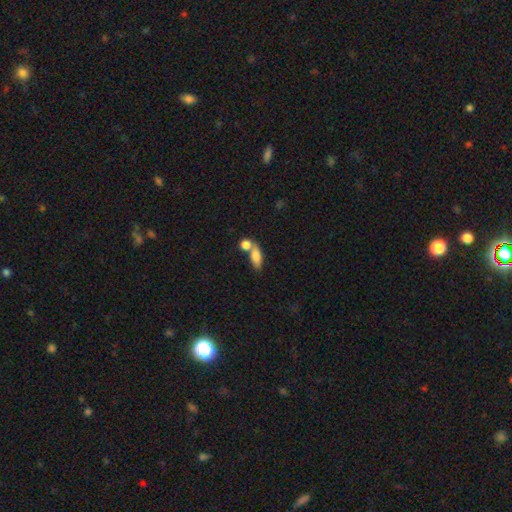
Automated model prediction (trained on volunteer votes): smooth_or_featured: smooth (p=0.79) [alt: featured or disk p=0.12]
how_rounded: in between (p=0.73) [alt: cigar-shaped p=0.18]
merging: merger (p=0.43) [alt: none p=0.40]